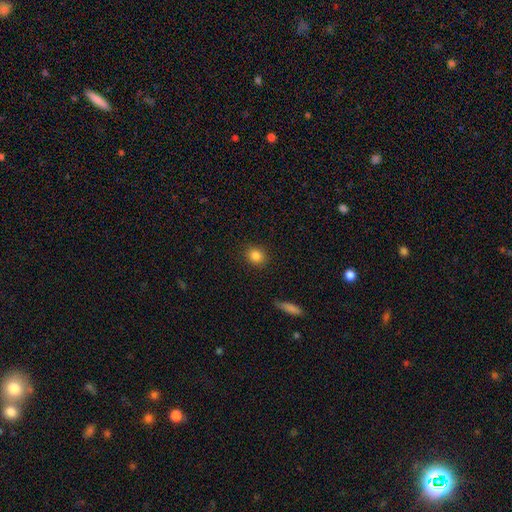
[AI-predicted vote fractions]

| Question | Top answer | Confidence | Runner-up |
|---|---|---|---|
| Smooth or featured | smooth | 85% | star or artifact (10%) |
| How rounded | round | 80% | in between (19%) |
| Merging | none | 90% | minor disturbance (7%) |